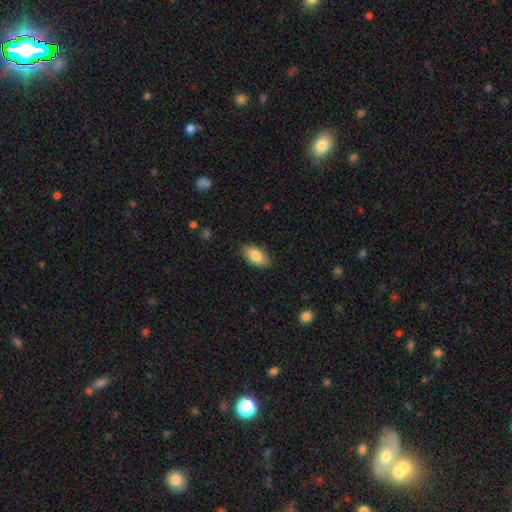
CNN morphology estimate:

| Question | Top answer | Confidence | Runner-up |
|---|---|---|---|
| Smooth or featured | smooth | 85% | featured or disk (8%) |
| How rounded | in between | 93% | cigar-shaped (4%) |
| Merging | none | 84% | minor disturbance (12%) |